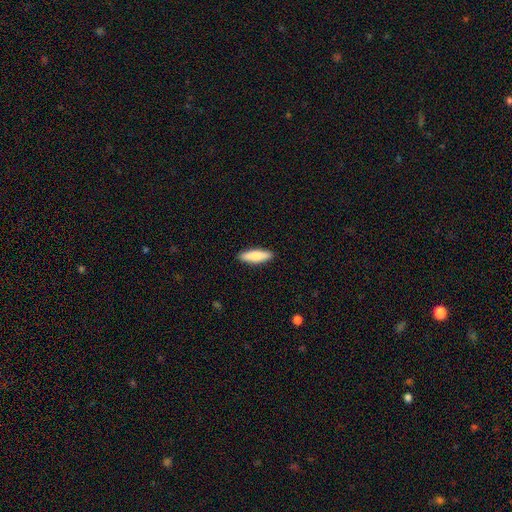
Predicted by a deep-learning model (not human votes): Smooth or featured?
  - smooth: 78% *
  - featured or disk: 16%
  - star or artifact: 5%
How rounded?
  - cigar-shaped: 58% *
  - in between: 40%
  - round: 2%
Merging?
  - none: 91% *
  - minor disturbance: 7%
  - major disturbance: 1%
  - merger: 1%